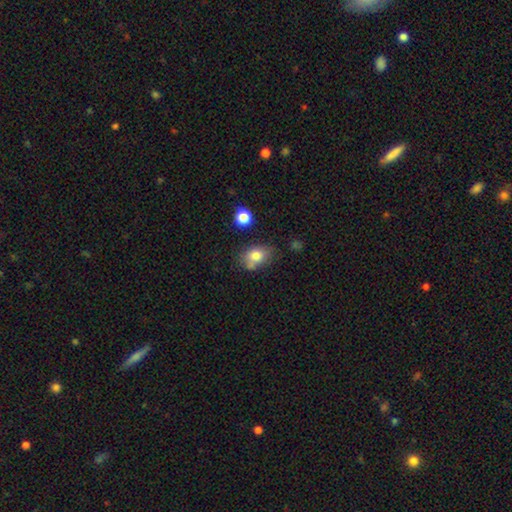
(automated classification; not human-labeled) smooth_or_featured: smooth (p=0.77) [alt: featured or disk p=0.13]
how_rounded: in between (p=0.73) [alt: round p=0.25]
merging: none (p=0.58) [alt: minor disturbance p=0.24]